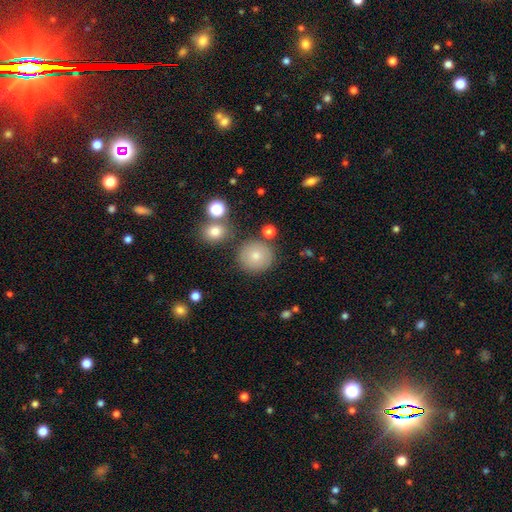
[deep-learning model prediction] Smooth or featured?
  - smooth: 78% *
  - featured or disk: 12%
  - star or artifact: 10%
How rounded?
  - round: 93% *
  - in between: 6%
  - cigar-shaped: 1%
Merging?
  - none: 84% *
  - minor disturbance: 9%
  - merger: 5%
  - major disturbance: 3%